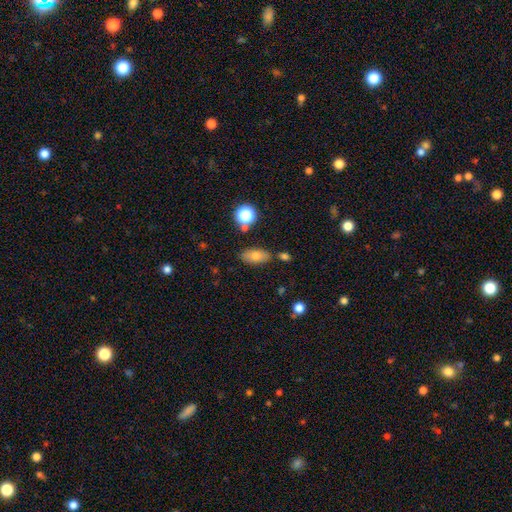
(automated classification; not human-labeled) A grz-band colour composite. It shows a smooth galaxy with no disk features (74%) that is in between round and cigar-shaped (86%). Merging: none (75%).